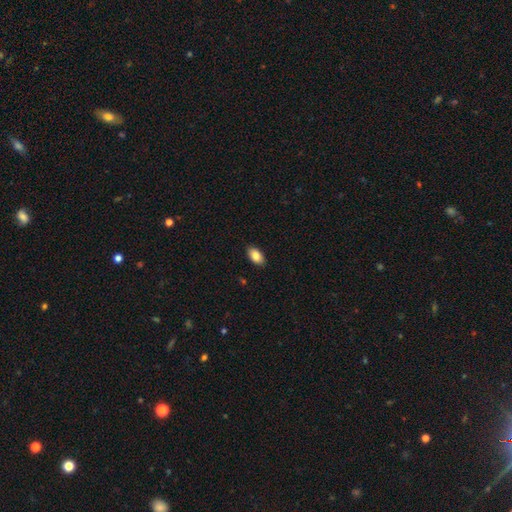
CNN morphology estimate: This is clearly a smooth galaxy (85%). How rounded: clearly in between (93%). Merging: clearly none (89%).